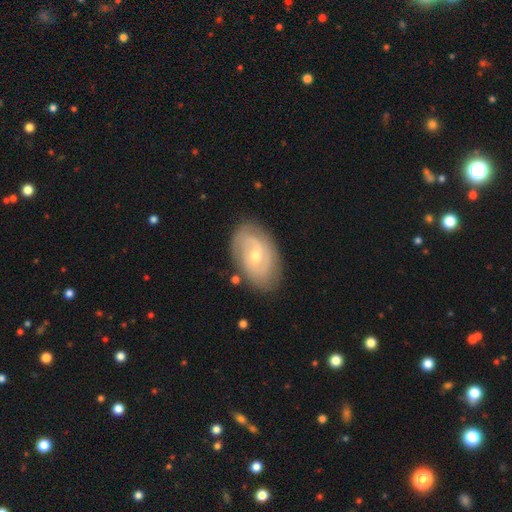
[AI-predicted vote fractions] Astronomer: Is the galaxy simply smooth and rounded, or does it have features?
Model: featured or disk — 75%.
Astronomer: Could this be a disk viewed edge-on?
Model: no — 95%.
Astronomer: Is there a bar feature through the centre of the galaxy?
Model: weak — 46% (runner-up: no, 43%).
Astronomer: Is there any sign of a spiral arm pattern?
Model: yes — 83%.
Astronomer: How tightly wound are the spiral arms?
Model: tight — 51% (runner-up: medium, 36%).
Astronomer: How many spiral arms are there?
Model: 2 — 59%.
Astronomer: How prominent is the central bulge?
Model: small — 51% (runner-up: moderate, 46%).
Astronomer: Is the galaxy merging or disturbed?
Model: none — 79%.